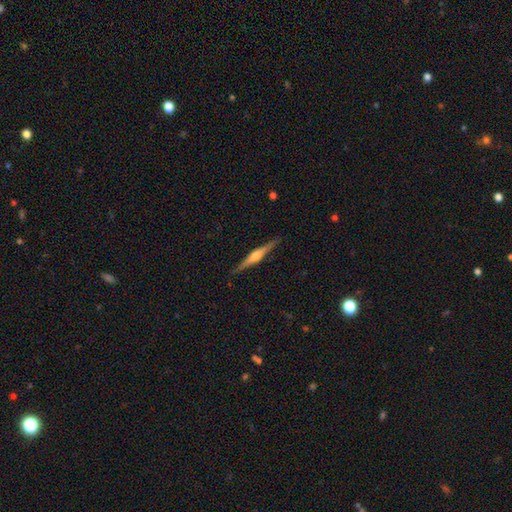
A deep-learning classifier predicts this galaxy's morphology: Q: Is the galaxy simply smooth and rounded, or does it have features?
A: featured or disk — 79%.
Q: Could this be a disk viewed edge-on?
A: yes — 98%.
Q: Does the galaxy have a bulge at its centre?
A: rounded — 89%.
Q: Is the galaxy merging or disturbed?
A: none — 91%.